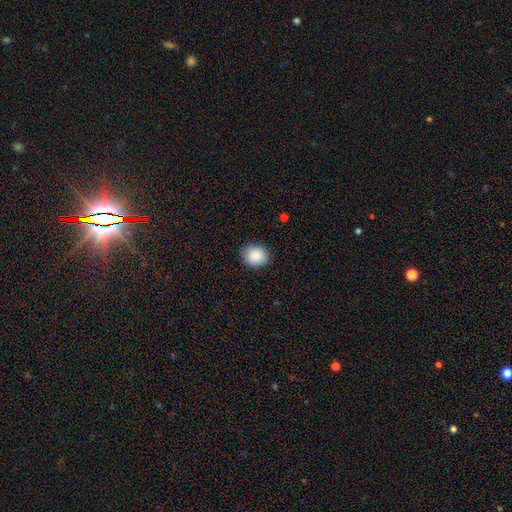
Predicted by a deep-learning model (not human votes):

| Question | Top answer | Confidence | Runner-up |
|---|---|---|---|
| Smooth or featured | smooth | 87% | star or artifact (8%) |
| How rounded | round | 63% | in between (36%) |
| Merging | none | 85% | minor disturbance (12%) |